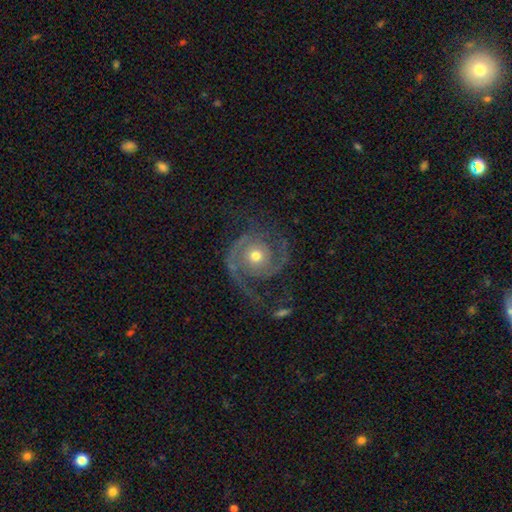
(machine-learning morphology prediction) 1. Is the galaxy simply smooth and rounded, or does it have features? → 89% featured or disk, 6% smooth, 5% star or artifact.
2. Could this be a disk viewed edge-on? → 98% no, 2% yes.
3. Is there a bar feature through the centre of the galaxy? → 78% no, 17% weak, 5% strong.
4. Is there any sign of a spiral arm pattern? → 97% yes, 3% no.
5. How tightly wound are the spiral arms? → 45% medium, 38% tight, 17% loose.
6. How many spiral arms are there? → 85% 2, 4% 3, 4% can't tell, 3% 1, 2% 4, 2% more than 4.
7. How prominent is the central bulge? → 64% moderate, 30% small, 4% large, 1% dominant, 1% none.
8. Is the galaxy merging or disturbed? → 69% none, 15% minor disturbance, 14% major disturbance, 2% merger.